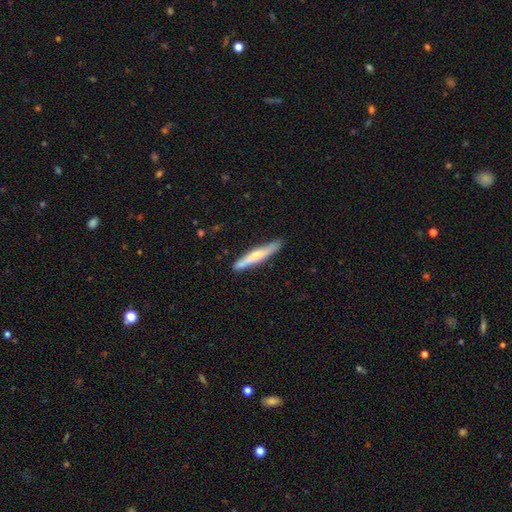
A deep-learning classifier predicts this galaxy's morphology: This is possibly a smooth galaxy (48%). Merging: clearly none (87%).